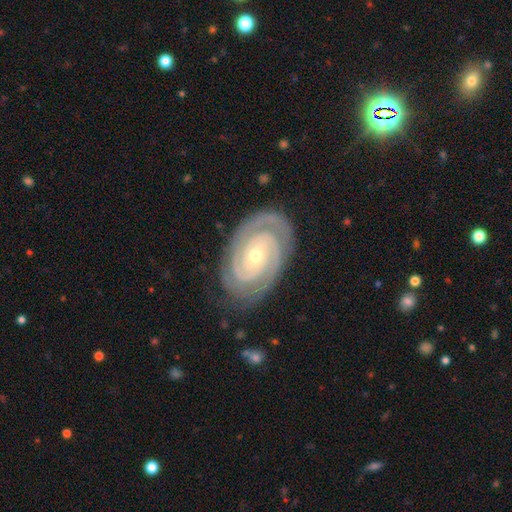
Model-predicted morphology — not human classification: Smooth or featured? featured or disk (92%)
Edge-on disk? no (97%)
Bar? no (70%)
Spiral arms? yes (98%)
Spiral winding? tight (83%)
Spiral arm count? 2 (74%)
Bulge size? small (69%)
Merging? none (82%)